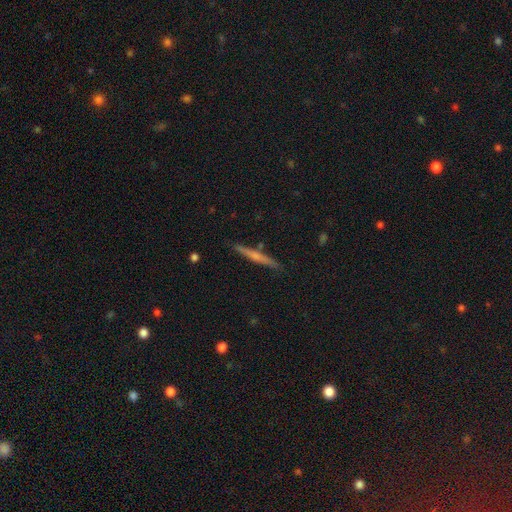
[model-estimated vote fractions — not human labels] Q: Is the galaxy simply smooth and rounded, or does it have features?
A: smooth — 47%, tied with featured or disk.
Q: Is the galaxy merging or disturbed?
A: none — 87%.